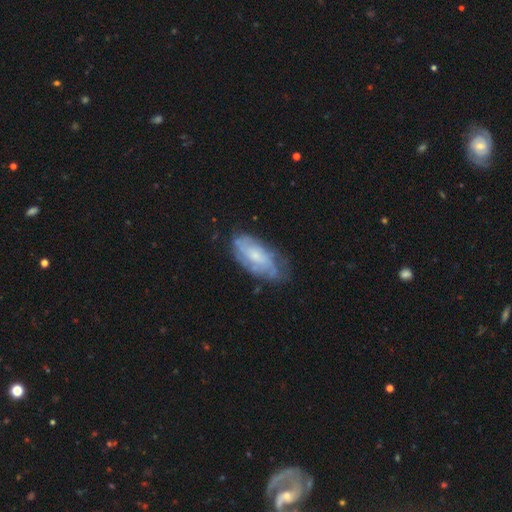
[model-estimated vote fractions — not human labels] The model was most divided on "bulge size": small: 54%, moderate: 31%, none: 11%, large: 3%, dominant: 1%. More confident: edge-on disk — no (91%); spiral arms — yes (77%); bar — no (68%); merging — none (65%); smooth or featured — featured or disk (59%).